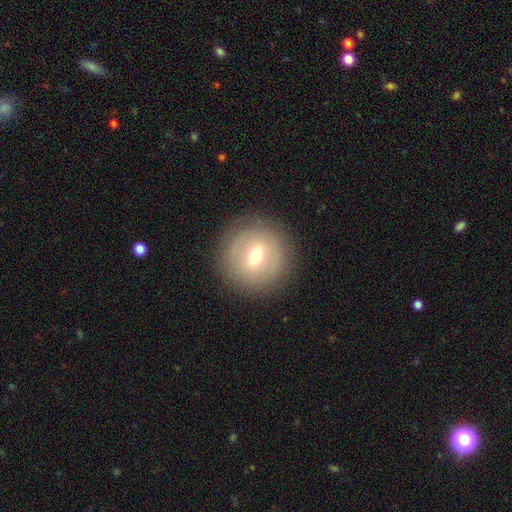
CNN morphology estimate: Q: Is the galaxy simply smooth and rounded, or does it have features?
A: smooth — 50%.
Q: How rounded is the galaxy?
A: round — 91%.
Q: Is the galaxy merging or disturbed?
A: none — 88%.